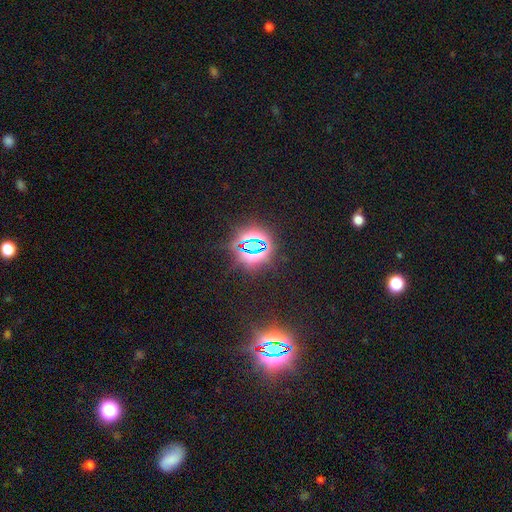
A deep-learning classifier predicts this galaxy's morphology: A star or artifact, not a galaxy (81%).

Vote fractions:
- Smooth or featured? star or artifact: 81% / smooth: 13% / featured or disk: 6%